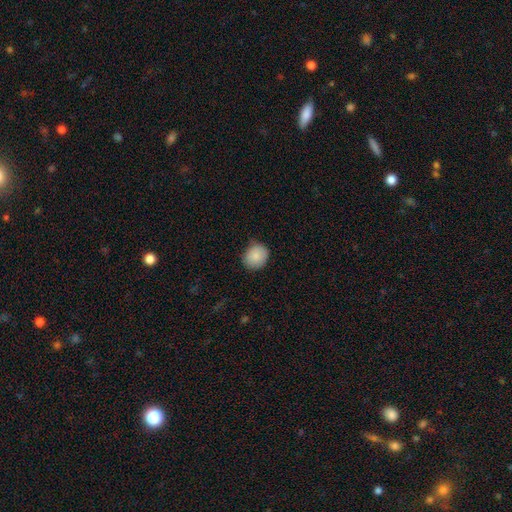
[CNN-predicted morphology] The model was most divided on "how rounded": round: 70%, in between: 29%, cigar-shaped: 1%. More confident: smooth or featured — smooth (85%); merging — none (75%).